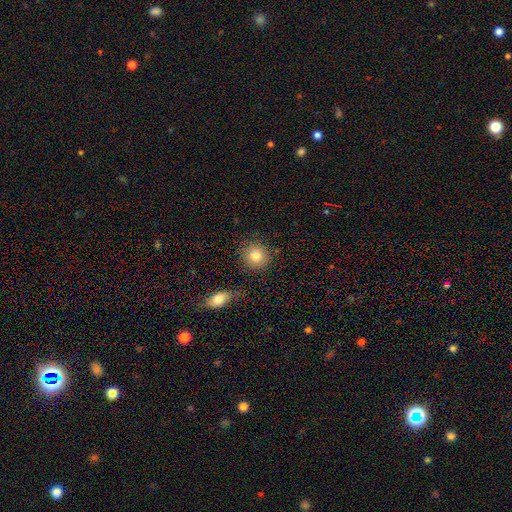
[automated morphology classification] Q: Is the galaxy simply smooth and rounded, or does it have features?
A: smooth — 83%.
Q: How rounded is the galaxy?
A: round — 88%.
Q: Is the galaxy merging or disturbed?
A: none — 83%.